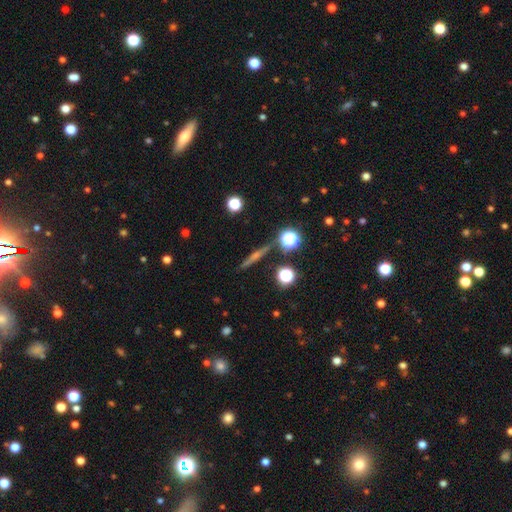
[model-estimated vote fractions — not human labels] Smooth or featured? Predicted: featured or disk (p=0.59). Edge-on disk? Predicted: yes (p=0.94). Edge-on bulge? Predicted: rounded (p=0.73). Merging? Predicted: none (p=0.86).